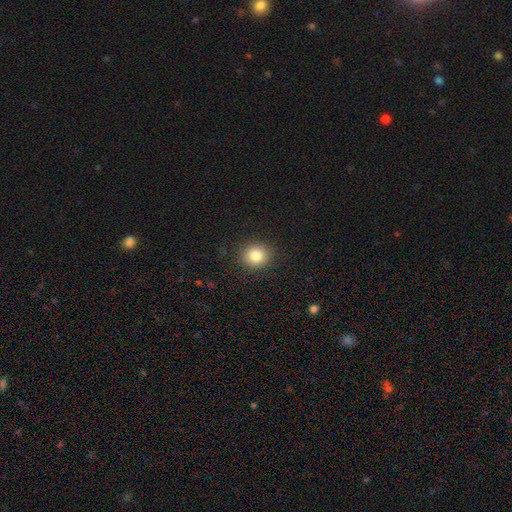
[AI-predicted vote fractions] The model was most divided on "how rounded": round: 77%, in between: 22%, cigar-shaped: 1%. More confident: merging — none (89%); smooth or featured — smooth (84%).